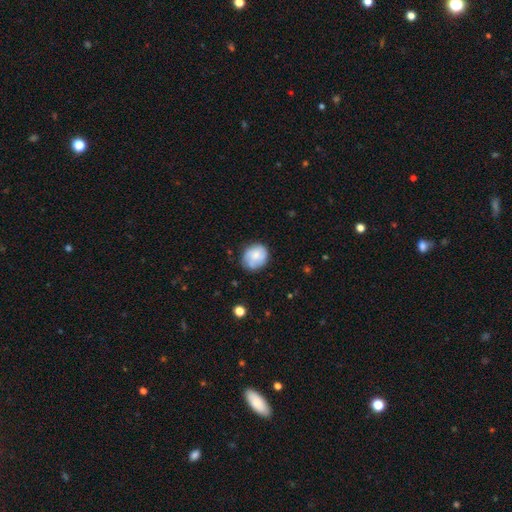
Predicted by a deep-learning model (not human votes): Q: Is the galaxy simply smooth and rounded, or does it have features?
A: smooth — 61%.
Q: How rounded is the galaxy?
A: round — 69%.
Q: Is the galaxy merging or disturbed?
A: none — 69%.